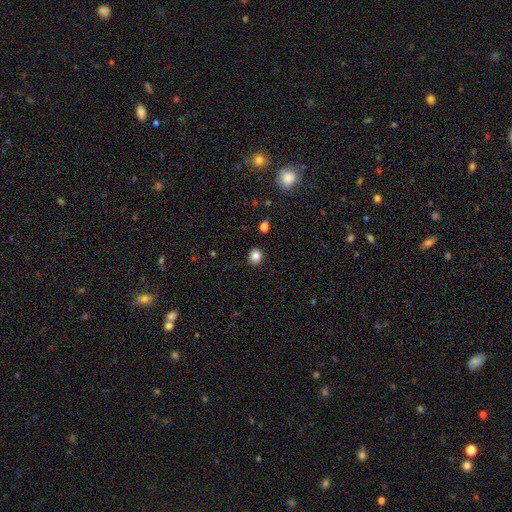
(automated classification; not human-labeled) Q: Smooth or featured?
A: smooth (84%); runner-up: star or artifact (11%)
Q: How rounded?
A: round (70%); runner-up: in between (29%)
Q: Merging?
A: none (88%); runner-up: minor disturbance (9%)